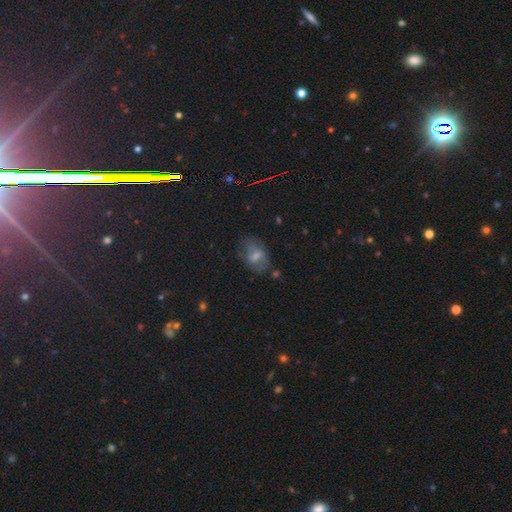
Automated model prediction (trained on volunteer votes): Smooth or featured?
  - smooth: 52% *
  - featured or disk: 35%
  - star or artifact: 13%
How rounded?
  - in between: 84% *
  - round: 13%
  - cigar-shaped: 3%
Merging?
  - none: 54% *
  - minor disturbance: 26%
  - major disturbance: 17%
  - merger: 4%